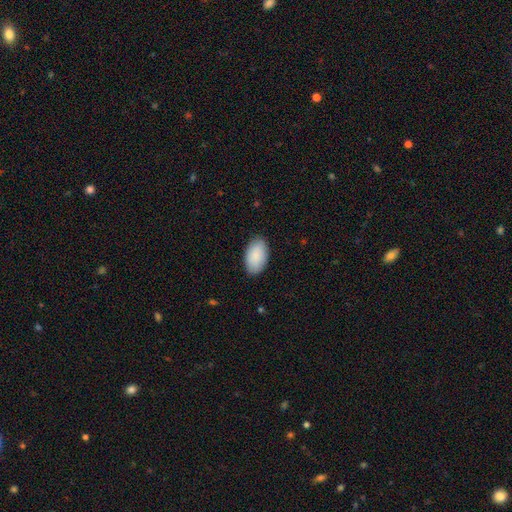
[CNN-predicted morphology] The model was most divided on "merging": none: 86%, minor disturbance: 11%, major disturbance: 2%, merger: 1%. More confident: how rounded — in between (96%); smooth or featured — smooth (89%).